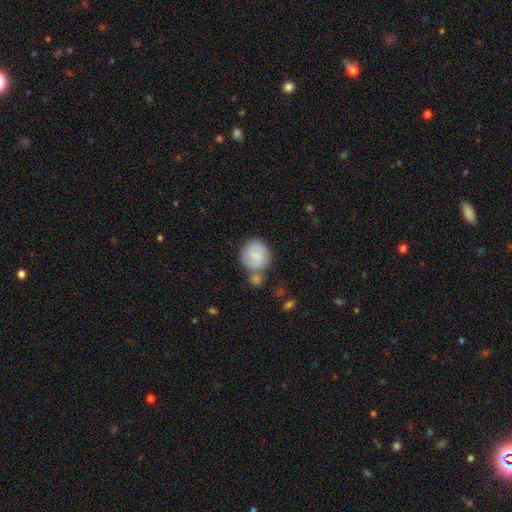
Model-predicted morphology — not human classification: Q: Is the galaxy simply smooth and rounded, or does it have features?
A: smooth — 59%.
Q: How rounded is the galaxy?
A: round — 84%.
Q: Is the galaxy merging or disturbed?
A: none — 49%.